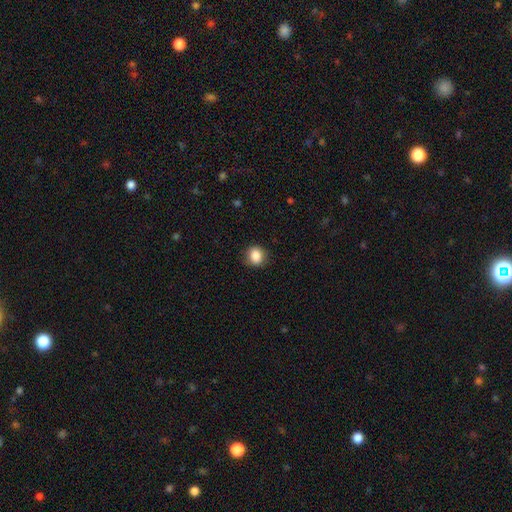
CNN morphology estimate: This is clearly a smooth galaxy (86%). How rounded: likely round (75%). Merging: clearly none (83%).